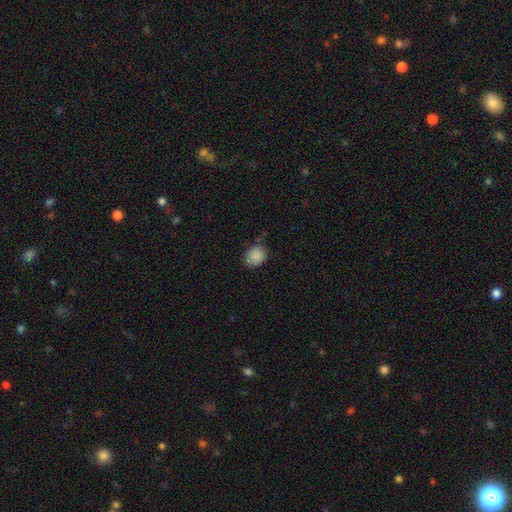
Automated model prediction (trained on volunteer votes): Smooth or featured?
  - smooth: 87% *
  - star or artifact: 9%
  - featured or disk: 4%
How rounded?
  - round: 61% *
  - in between: 38%
  - cigar-shaped: 1%
Merging?
  - none: 70% *
  - minor disturbance: 22%
  - major disturbance: 5%
  - merger: 4%